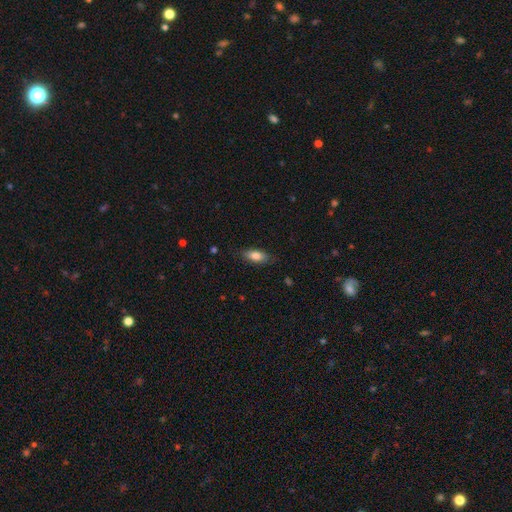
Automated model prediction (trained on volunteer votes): A smooth galaxy with no disk features (81%) that is in between round and cigar-shaped (80%).

Vote fractions:
- Smooth or featured? smooth: 81% / featured or disk: 12% / star or artifact: 7%
- How rounded? in between: 80% / cigar-shaped: 17% / round: 3%
- Merging? none: 80% / minor disturbance: 15% / major disturbance: 3% / merger: 1%